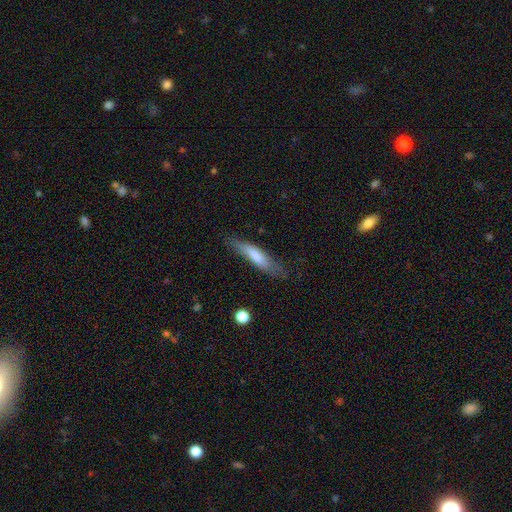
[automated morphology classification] A smooth galaxy with no disk features (70%) that is cigar-shaped (77%). Merging: none (72%).